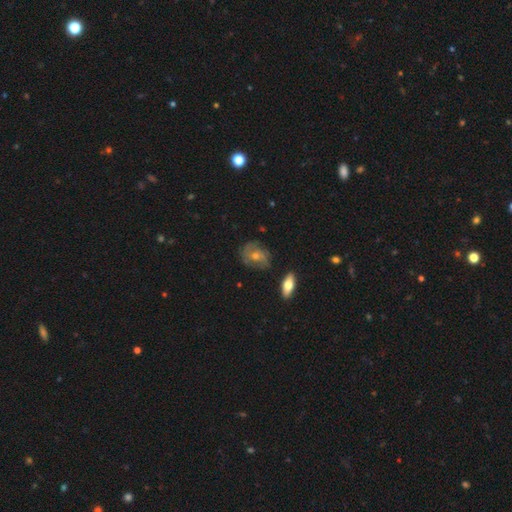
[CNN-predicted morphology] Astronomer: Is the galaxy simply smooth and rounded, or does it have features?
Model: featured or disk — 52% (runner-up: smooth, 35%).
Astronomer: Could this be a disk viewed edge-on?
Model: no — 93%.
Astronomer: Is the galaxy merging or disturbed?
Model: none — 70%.